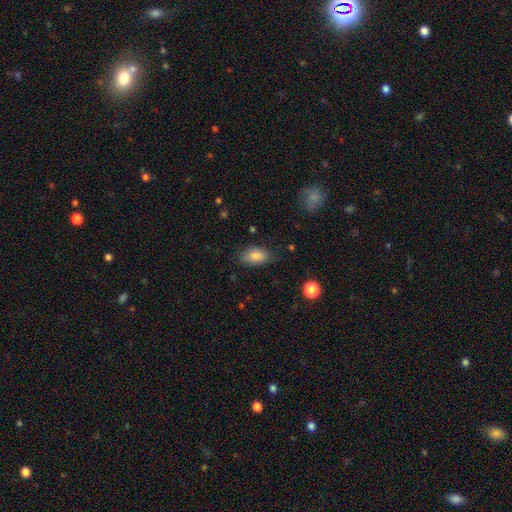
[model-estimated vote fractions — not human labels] smooth_or_featured: smooth (p=0.84) [alt: star or artifact p=0.08]
how_rounded: in between (p=0.91) [alt: round p=0.05]
merging: none (p=0.77) [alt: minor disturbance p=0.18]